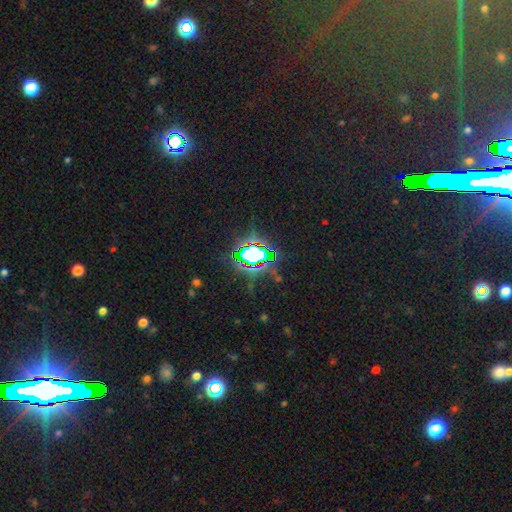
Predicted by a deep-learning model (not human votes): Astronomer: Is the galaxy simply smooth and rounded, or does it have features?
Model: star or artifact — 72%.